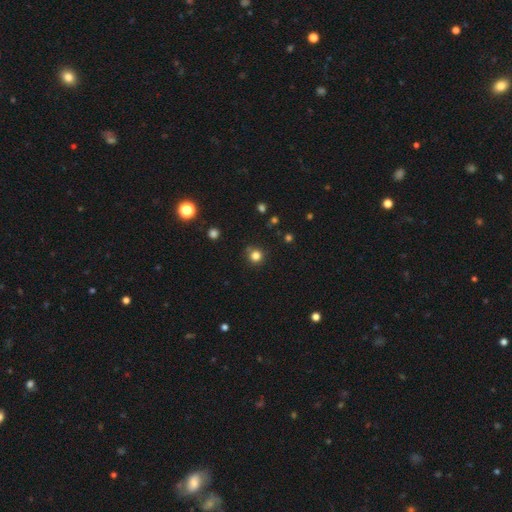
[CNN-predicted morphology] smooth-or-featured: smooth: 81% | star or artifact: 14% | featured or disk: 5%
  how-rounded: round: 93% | in between: 6% | cigar-shaped: 1%
  merging: none: 84% | minor disturbance: 11% | merger: 3% | major disturbance: 3%